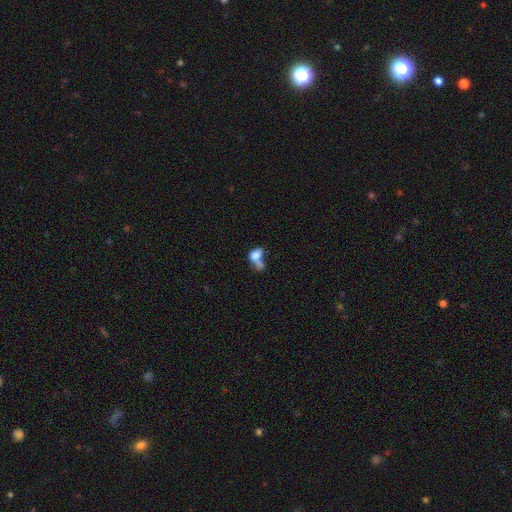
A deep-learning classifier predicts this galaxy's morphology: A smooth galaxy with no disk features (72%) that is in between round and cigar-shaped (78%).

Vote fractions:
- Smooth or featured? smooth: 72% / featured or disk: 18% / star or artifact: 10%
- How rounded? in between: 78% / round: 18% / cigar-shaped: 4%
- Merging? merger: 55% / none: 17% / major disturbance: 17% / minor disturbance: 11%